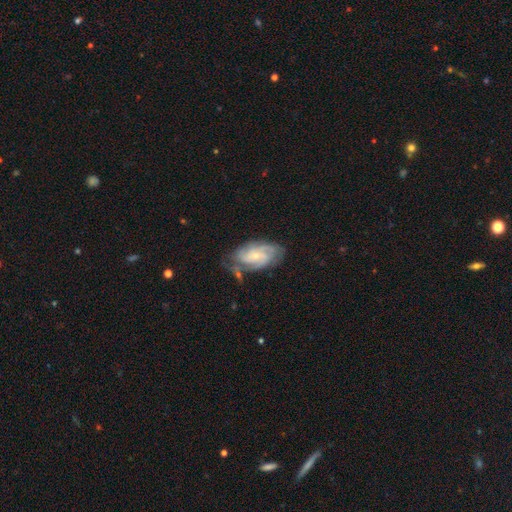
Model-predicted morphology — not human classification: This is likely a featured or disk galaxy (77%). It is clearly not viewed edge-on (96%). Bar: likely no (64%). Spiral arm pattern: clearly yes (93%). Spiral arm count: marginally 2 (30%). Spiral winding: possibly tight (50%). Central bulge: likely small (70%). Merging: possibly none (60%).